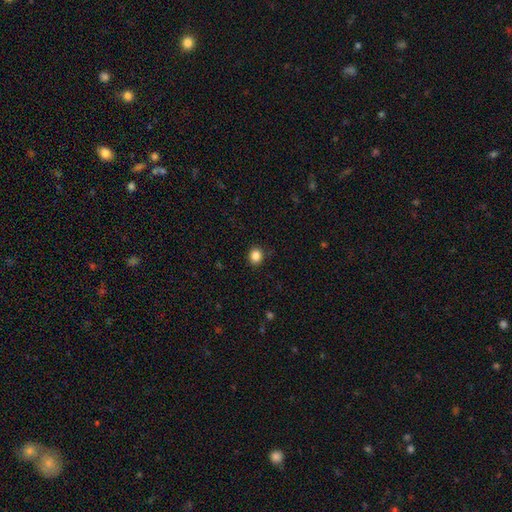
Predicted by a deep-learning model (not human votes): Smooth or featured? smooth (85%)
How rounded? round (71%)
Merging? none (88%)